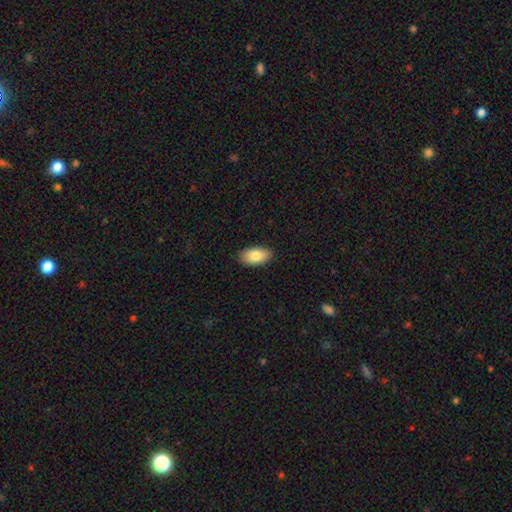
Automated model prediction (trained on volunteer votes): This is clearly a smooth galaxy (84%). How rounded: clearly in between (95%). Merging: clearly none (88%).